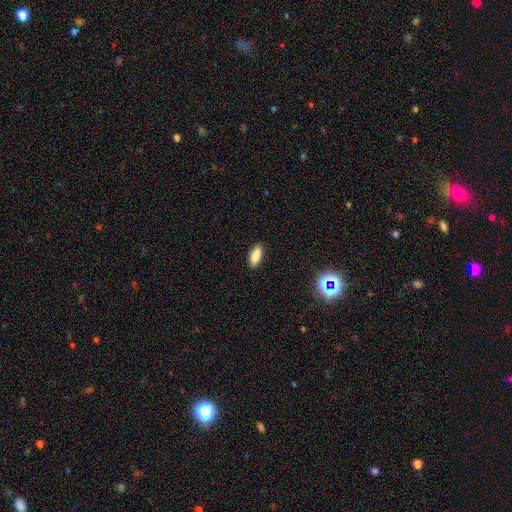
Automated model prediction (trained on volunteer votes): smooth_or_featured: smooth (p=0.85) [alt: star or artifact p=0.08]
how_rounded: in between (p=0.83) [alt: cigar-shaped p=0.15]
merging: none (p=0.89) [alt: minor disturbance p=0.08]